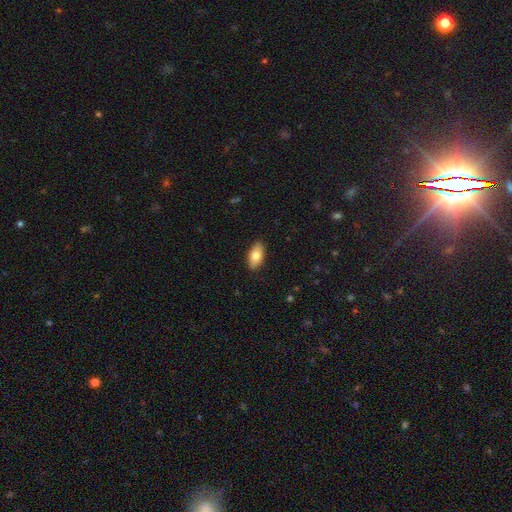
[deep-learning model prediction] A smooth galaxy with no disk features (81%) that is in between round and cigar-shaped (92%). Merging: none (89%).